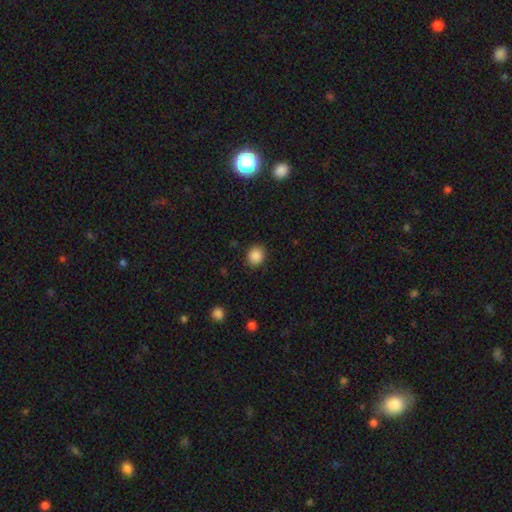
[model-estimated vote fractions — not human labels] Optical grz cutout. It shows a smooth galaxy with no disk features (88%) that is round (72%). Merging: none (88%).